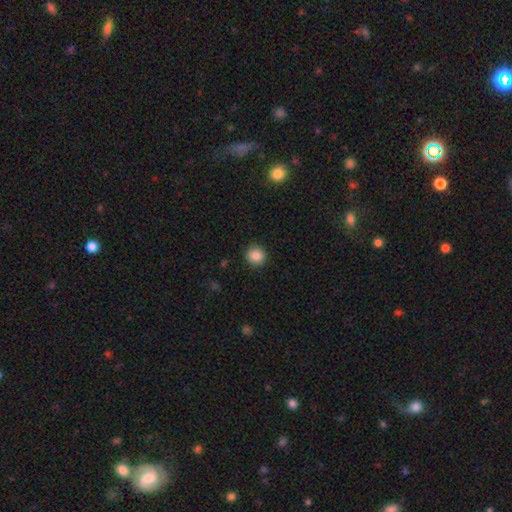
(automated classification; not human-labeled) Morphology: type=smooth (86%); roundness=round (91%); merging=none (91%).